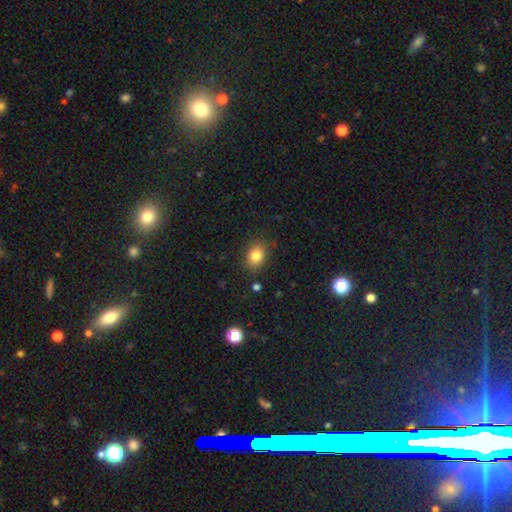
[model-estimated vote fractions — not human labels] This appears to be a smooth galaxy with no disk features (82%) that is in between round and cigar-shaped (56%). Merging: none (84%).